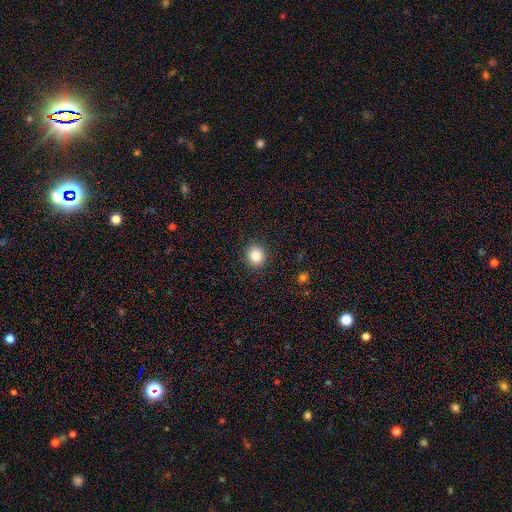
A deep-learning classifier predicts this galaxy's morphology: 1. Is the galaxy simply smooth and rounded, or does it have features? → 85% smooth, 10% star or artifact, 5% featured or disk.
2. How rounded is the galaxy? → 85% round, 14% in between, 1% cigar-shaped.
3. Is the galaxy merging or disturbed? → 90% none, 6% minor disturbance, 2% major disturbance, 1% merger.